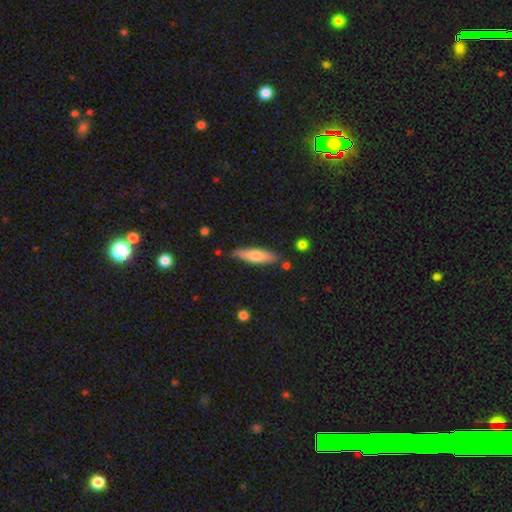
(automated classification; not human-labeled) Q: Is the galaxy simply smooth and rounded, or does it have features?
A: smooth — 61%.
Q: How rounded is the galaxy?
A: cigar-shaped — 66%.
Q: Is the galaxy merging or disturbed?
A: none — 79%.